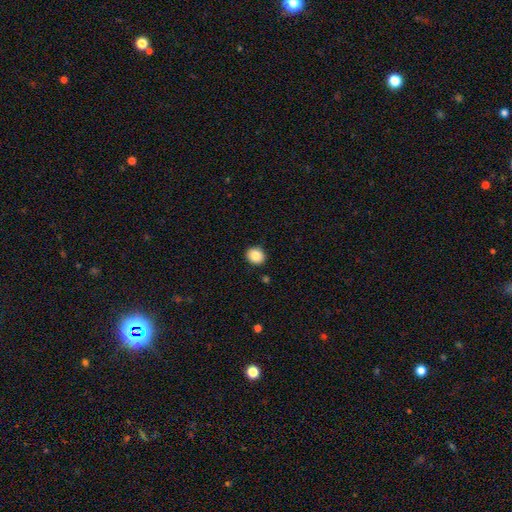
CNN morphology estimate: Overall: smooth (85%). How rounded: round (76%). Merging: none (90%).